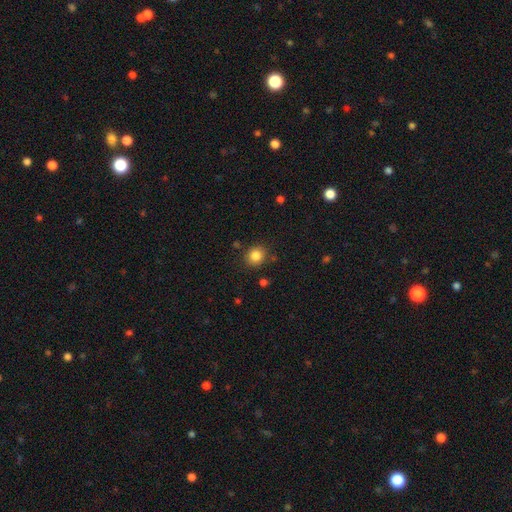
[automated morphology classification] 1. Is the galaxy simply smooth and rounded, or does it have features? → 84% smooth, 11% star or artifact, 5% featured or disk.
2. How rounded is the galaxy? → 82% round, 17% in between, 1% cigar-shaped.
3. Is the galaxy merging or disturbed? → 84% none, 9% minor disturbance, 3% merger, 3% major disturbance.